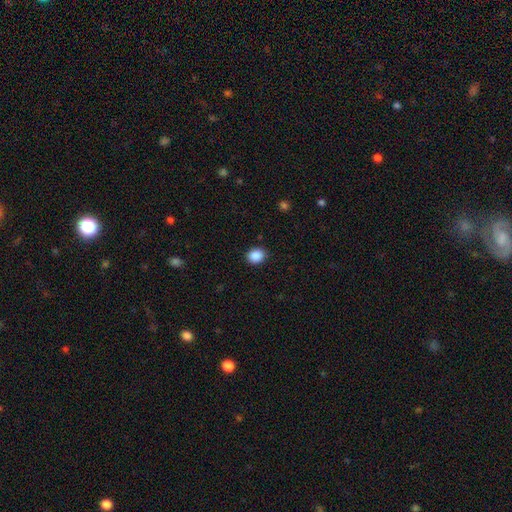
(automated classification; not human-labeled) smooth_or_featured: smooth (p=0.88) [alt: star or artifact p=0.09]
how_rounded: round (p=0.65) [alt: in between p=0.35]
merging: none (p=0.88) [alt: minor disturbance p=0.08]